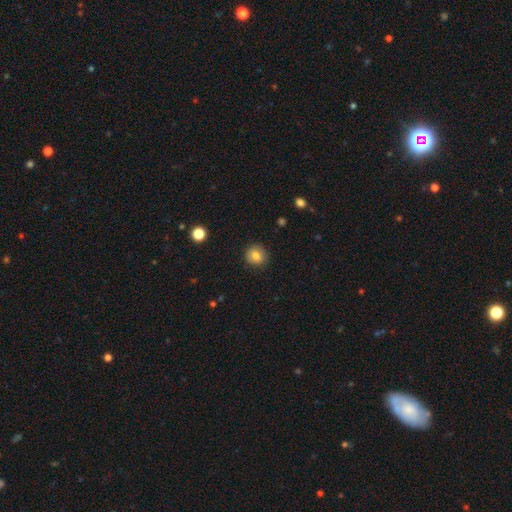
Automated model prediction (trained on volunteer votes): Smooth or featured? Predicted: smooth (p=0.82). How rounded? Predicted: round (p=0.90). Merging? Predicted: none (p=0.89).